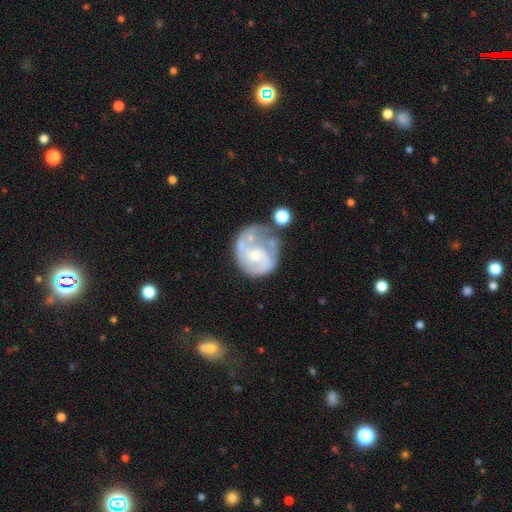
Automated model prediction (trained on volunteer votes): smooth-or-featured: featured or disk: 73% | smooth: 20% | star or artifact: 7%
  disk-edge-on: no: 98% | yes: 2%
    bar: no: 63% | weak: 31% | strong: 6%
    has-spiral-arms: yes: 79% | no: 21%
      spiral-winding: medium: 42% | tight: 36% | loose: 23%
      spiral-arm-count: 2: 50% | can't tell: 21% | 1: 18% | 3: 7% | 4: 2% | more than 4: 2%
    bulge-size: small: 50% | moderate: 39% | none: 7% | large: 3% | dominant: 1%
  merging: none: 38% | major disturbance: 24% | minor disturbance: 23% | merger: 15%